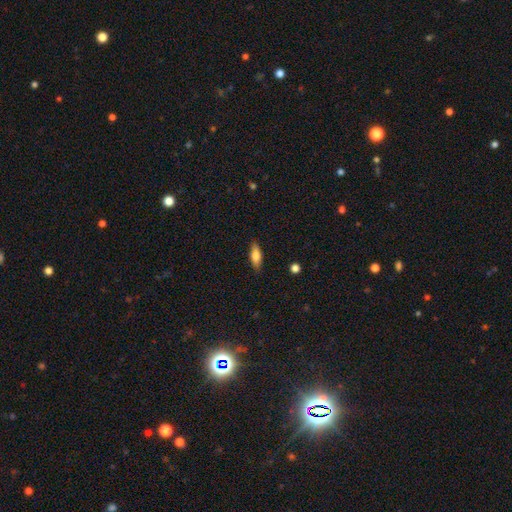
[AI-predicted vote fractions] Smooth or featured?
  - smooth: 77% *
  - featured or disk: 16%
  - star or artifact: 7%
How rounded?
  - in between: 67% *
  - cigar-shaped: 30%
  - round: 3%
Merging?
  - none: 85% *
  - minor disturbance: 12%
  - major disturbance: 2%
  - merger: 1%